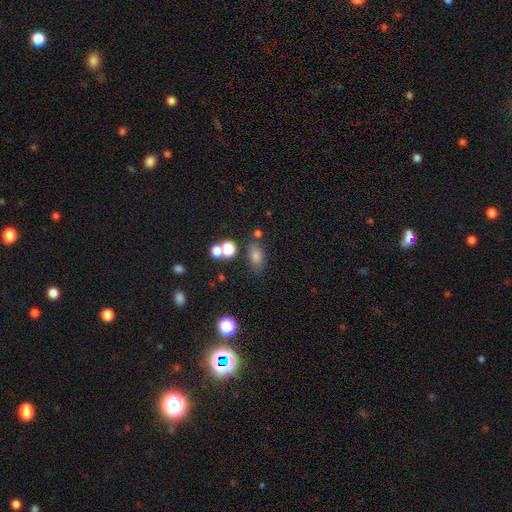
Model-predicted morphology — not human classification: smooth_or_featured: smooth (p=0.73) [alt: star or artifact p=0.19]
how_rounded: in between (p=0.79) [alt: round p=0.18]
merging: none (p=0.72) [alt: minor disturbance p=0.13]